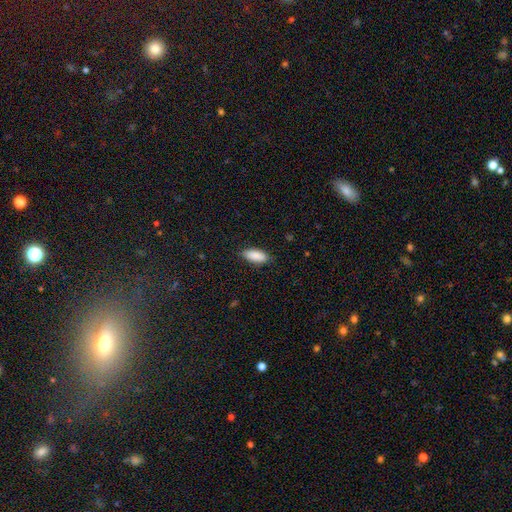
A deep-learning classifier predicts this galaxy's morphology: Overall: smooth (90%). How rounded: in between (83%). Merging: none (86%).